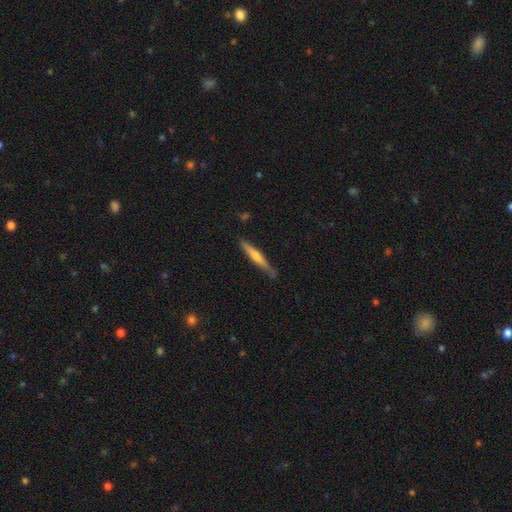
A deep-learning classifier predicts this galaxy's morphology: A smooth galaxy with no disk features (47%, tied with featured or disk). Merging: none (82%).